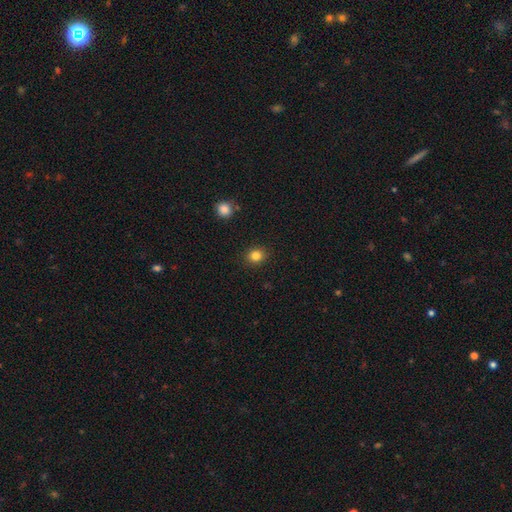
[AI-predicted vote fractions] Smooth or featured? Predicted: smooth (p=0.83). How rounded? Predicted: round (p=0.74). Merging? Predicted: none (p=0.90).